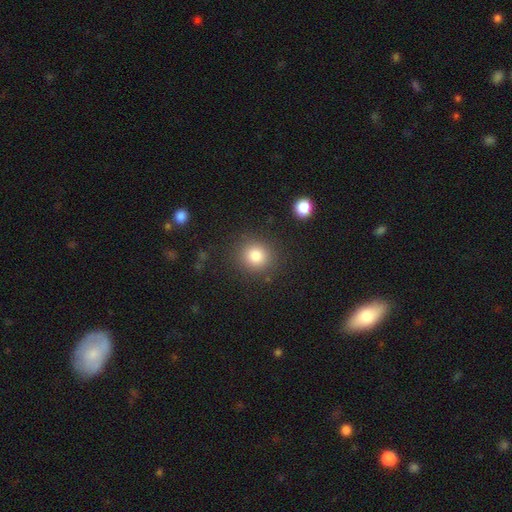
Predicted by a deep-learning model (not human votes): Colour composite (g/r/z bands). It shows a smooth galaxy with no disk features (82%) that is round (87%). Merging: none (87%).